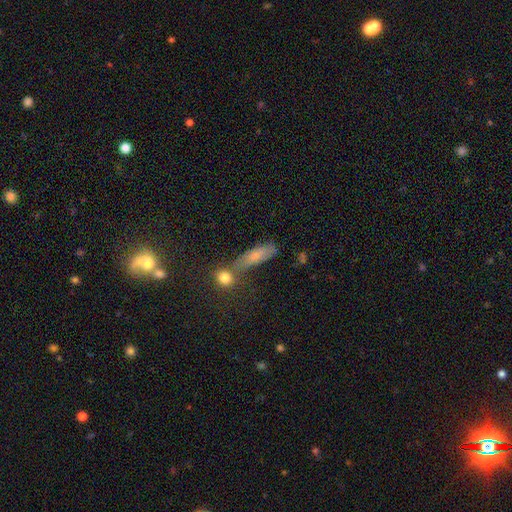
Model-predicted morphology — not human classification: A smooth galaxy with no disk features (67%) that is in between round and cigar-shaped (48%).

Vote fractions:
- Smooth or featured? smooth: 67% / featured or disk: 21% / star or artifact: 12%
- How rounded? in between: 48% / cigar-shaped: 45% / round: 7%
- Merging? none: 52% / merger: 21% / minor disturbance: 18% / major disturbance: 8%